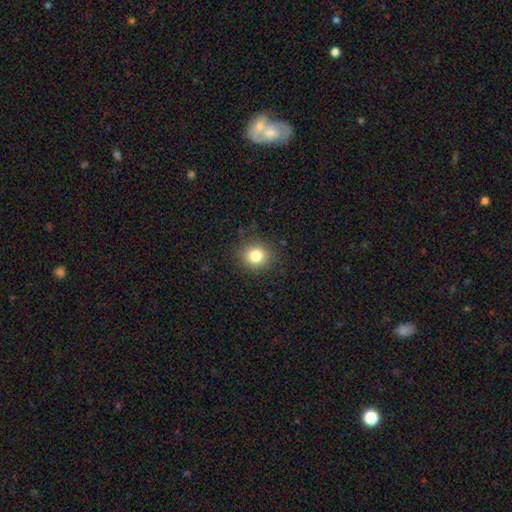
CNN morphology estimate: A smooth galaxy with no disk features (81%) that is round (85%). Merging: none (89%).